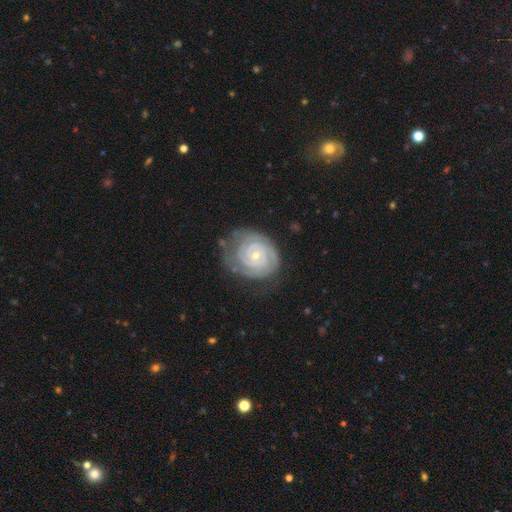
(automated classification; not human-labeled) A featured or disk galaxy (91%) with no bar (68%), 2 (53%) tight (84%) spiral arms (98%) and a small central bulge (68%).

Vote fractions:
- Smooth or featured? featured or disk: 91% / smooth: 5% / star or artifact: 4%
- Edge-on disk? no: 98% / yes: 2%
- Bar? no: 68% / weak: 25% / strong: 7%
- Spiral arms? yes: 98% / no: 2%
- Spiral winding? tight: 84% / medium: 13% / loose: 2%
- Spiral arm count? 2: 53% / 3: 20% / can't tell: 13% / 4: 6% / 1: 4% / more than 4: 4%
- Bulge size? small: 68% / moderate: 29% / none: 1% / large: 1% / dominant: 1%
- Merging? none: 73% / minor disturbance: 19% / major disturbance: 7% / merger: 1%